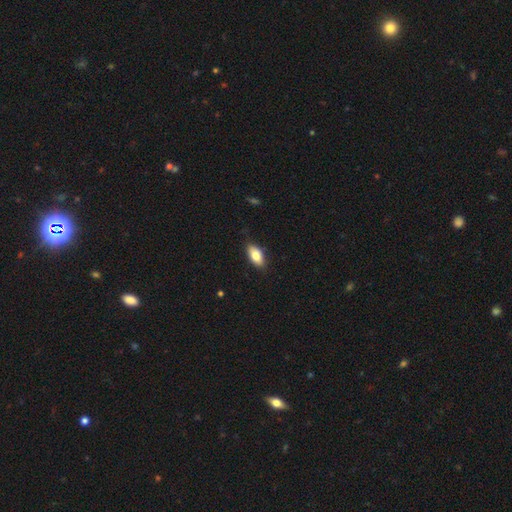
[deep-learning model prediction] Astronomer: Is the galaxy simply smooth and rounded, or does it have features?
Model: smooth — 81%.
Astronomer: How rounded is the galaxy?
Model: in between — 90%.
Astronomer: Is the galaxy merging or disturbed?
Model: none — 84%.